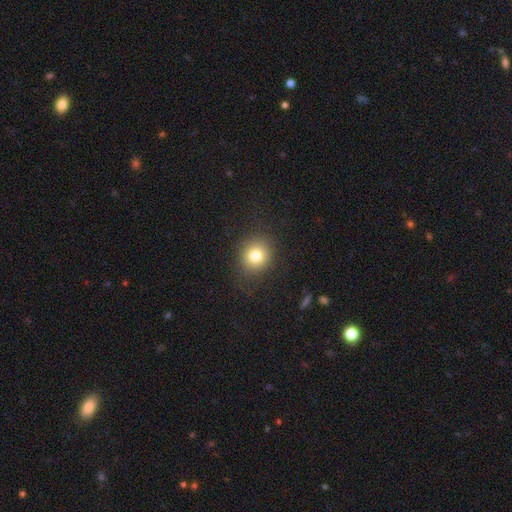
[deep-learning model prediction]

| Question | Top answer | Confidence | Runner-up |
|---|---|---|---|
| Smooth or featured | smooth | 78% | star or artifact (13%) |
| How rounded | round | 85% | in between (14%) |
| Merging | none | 87% | minor disturbance (8%) |